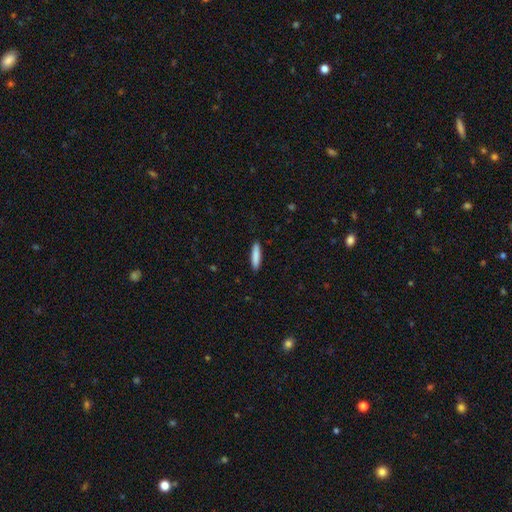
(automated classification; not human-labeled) The model was most divided on "how rounded": cigar-shaped: 83%, in between: 16%, round: 1%. More confident: merging — none (90%); smooth or featured — smooth (86%).